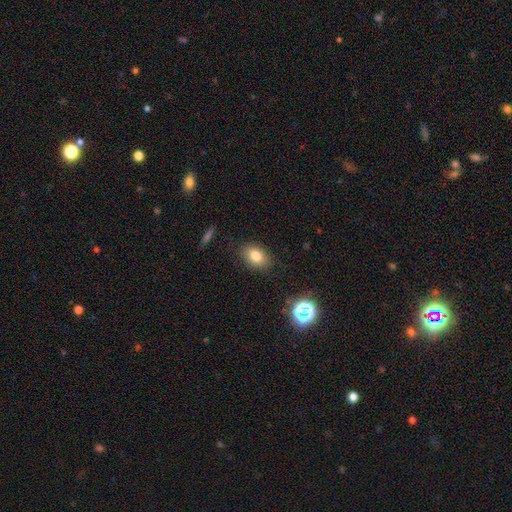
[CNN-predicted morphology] smooth-or-featured: smooth: 80% | star or artifact: 11% | featured or disk: 9%
  how-rounded: in between: 79% | round: 19% | cigar-shaped: 1%
  merging: none: 85% | minor disturbance: 11% | major disturbance: 3% | merger: 1%